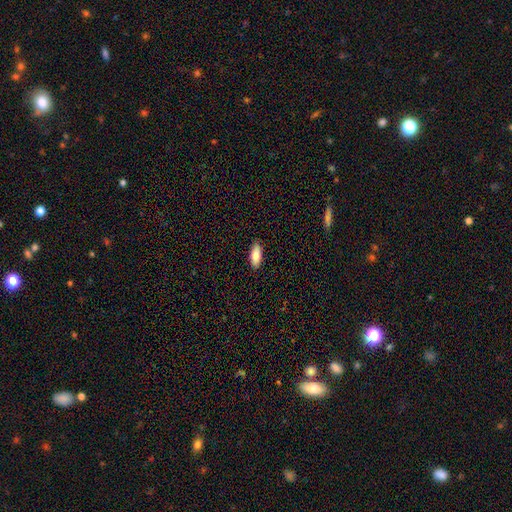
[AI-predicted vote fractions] Smooth or featured: smooth — 79% (featured or disk — 15%)
How rounded: in between — 79% (cigar-shaped — 19%)
Merging: none — 89% (minor disturbance — 8%)